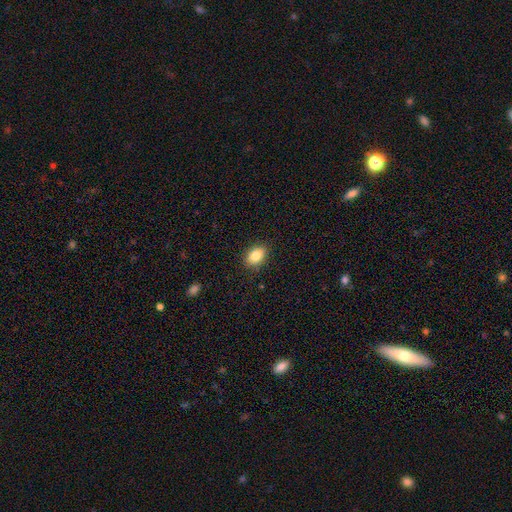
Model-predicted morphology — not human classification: Smooth or featured? Predicted: smooth (p=0.84). How rounded? Predicted: in between (p=0.81). Merging? Predicted: none (p=0.87).